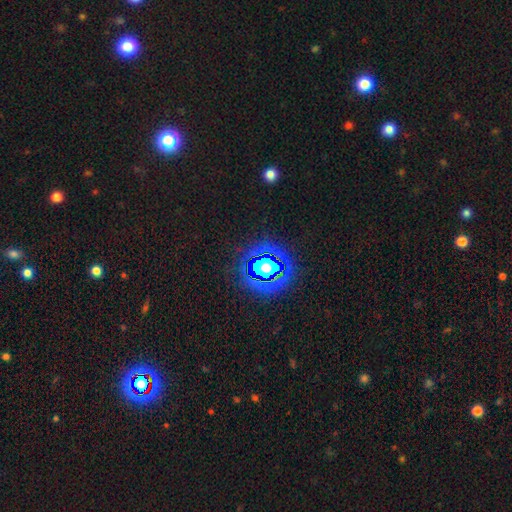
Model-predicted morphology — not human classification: Q: Smooth or featured?
A: star or artifact (81%); runner-up: smooth (13%)